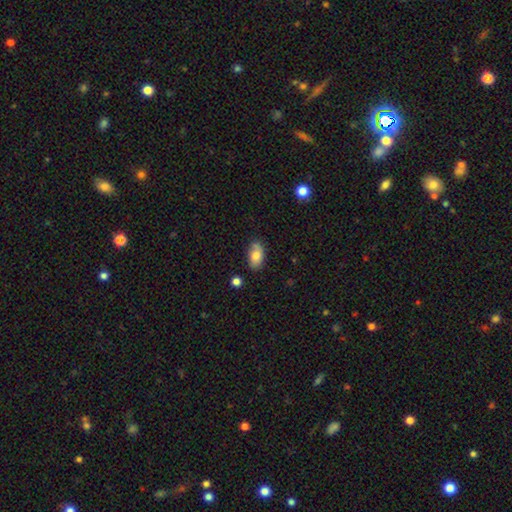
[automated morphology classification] smooth-or-featured: smooth: 76% | featured or disk: 16% | star or artifact: 8%
  how-rounded: in between: 91% | round: 6% | cigar-shaped: 3%
  merging: none: 74% | minor disturbance: 19% | merger: 4% | major disturbance: 3%